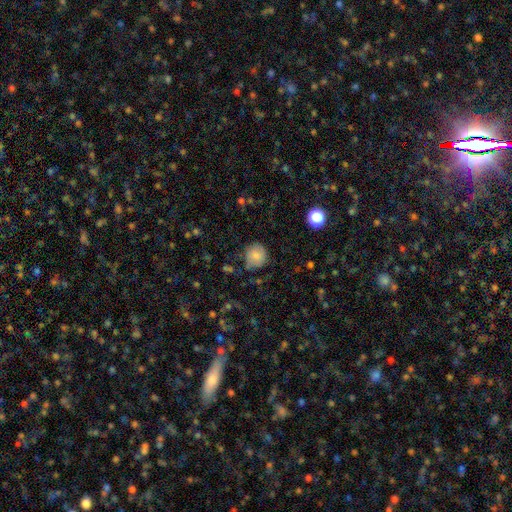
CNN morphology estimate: This appears to be a smooth galaxy with no disk features (81%) that is round (86%). Merging: none (69%).